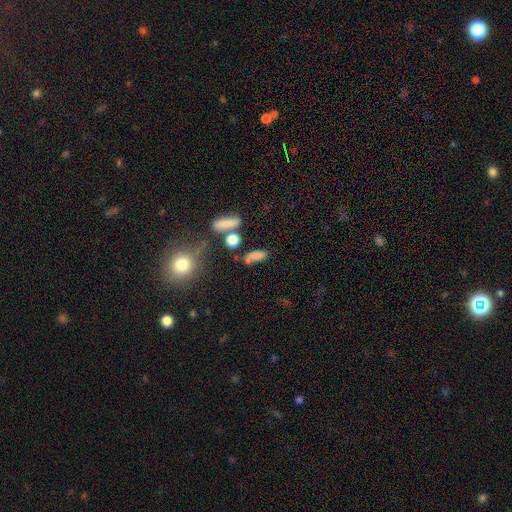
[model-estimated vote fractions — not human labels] A smooth galaxy with no disk features (72%) that is in between round and cigar-shaped (64%).

Vote fractions:
- Smooth or featured? smooth: 72% / star or artifact: 15% / featured or disk: 13%
- How rounded? in between: 64% / cigar-shaped: 24% / round: 11%
- Merging? none: 50% / merger: 20% / minor disturbance: 18% / major disturbance: 11%